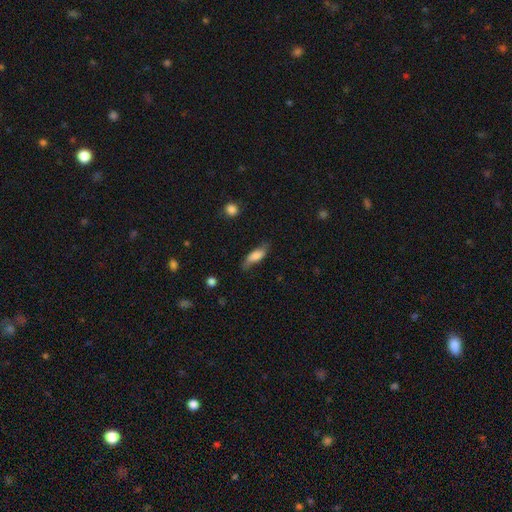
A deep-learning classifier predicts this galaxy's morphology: Q: Smooth or featured?
A: smooth (72%); runner-up: featured or disk (21%)
Q: How rounded?
A: in between (64%); runner-up: cigar-shaped (33%)
Q: Merging?
A: none (64%); runner-up: minor disturbance (26%)